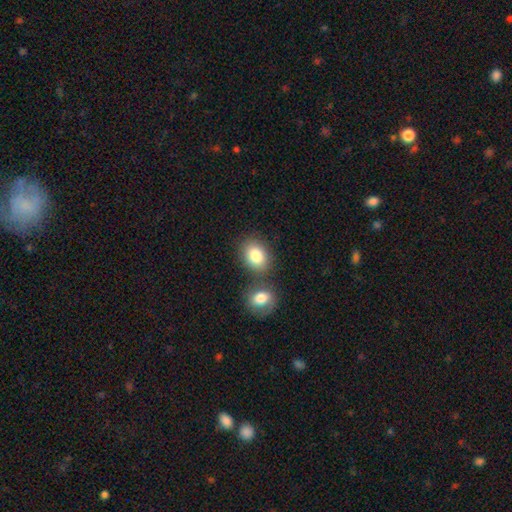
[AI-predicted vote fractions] The model was most divided on "how rounded": in between: 60%, round: 39%, cigar-shaped: 1%. More confident: smooth or featured — smooth (84%); merging — none (60%).